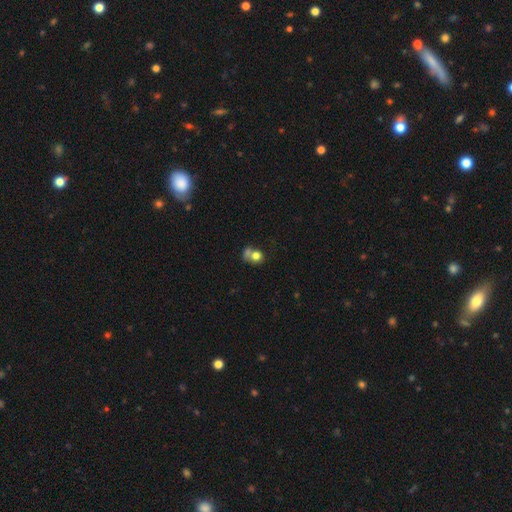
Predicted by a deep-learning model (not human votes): The model was most divided on "merging": merger: 46%, none: 33%, minor disturbance: 12%, major disturbance: 9%. More confident: smooth or featured — smooth (75%); how rounded — round (70%).